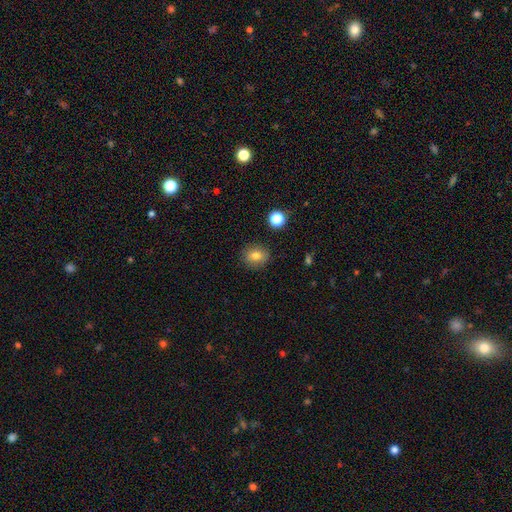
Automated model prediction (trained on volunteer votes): A smooth galaxy with no disk features (77%) that is round (73%).

Vote fractions:
- Smooth or featured? smooth: 77% / star or artifact: 12% / featured or disk: 11%
- How rounded? round: 73% / in between: 26% / cigar-shaped: 1%
- Merging? none: 87% / minor disturbance: 9% / major disturbance: 2% / merger: 2%